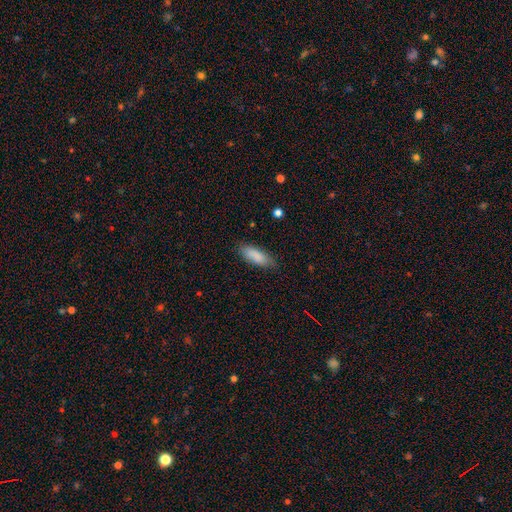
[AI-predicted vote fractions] A smooth galaxy with no disk features (87%) that is in between round and cigar-shaped (66%). Merging: none (80%).